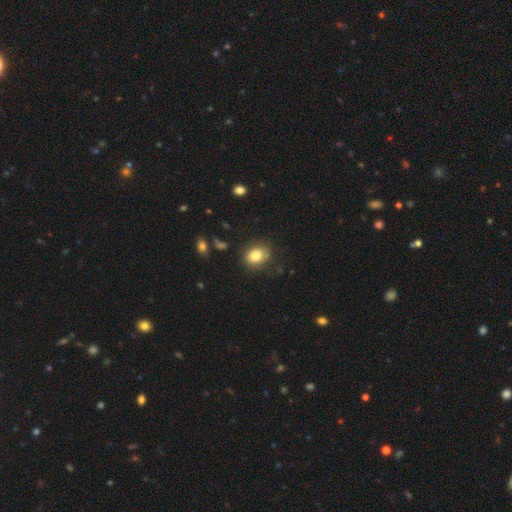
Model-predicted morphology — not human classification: A smooth galaxy with no disk features (82%) that is in between round and cigar-shaped (54%).

Vote fractions:
- Smooth or featured? smooth: 82% / featured or disk: 9% / star or artifact: 8%
- How rounded? in between: 54% / round: 45% / cigar-shaped: 1%
- Merging? none: 76% / minor disturbance: 16% / major disturbance: 6% / merger: 2%